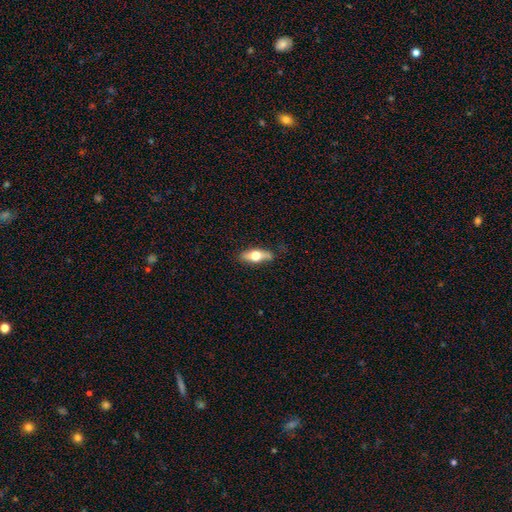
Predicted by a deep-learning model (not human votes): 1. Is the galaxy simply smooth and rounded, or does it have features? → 53% smooth, 41% featured or disk, 6% star or artifact.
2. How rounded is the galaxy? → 62% in between, 34% cigar-shaped, 4% round.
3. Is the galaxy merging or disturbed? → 77% none, 17% minor disturbance, 4% major disturbance, 2% merger.